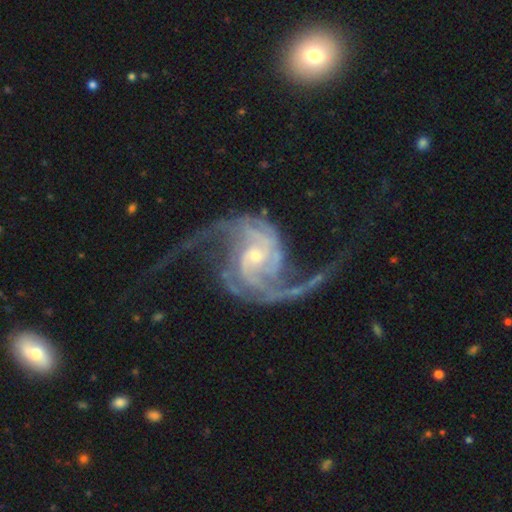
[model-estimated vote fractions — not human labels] Smooth or featured: featured or disk — 93% (star or artifact — 5%)
Edge-on disk: no — 98% (yes — 2%)
Bar: no — 51% (weak — 35%)
Spiral arms: yes — 98% (no — 2%)
Spiral winding: loose — 49% (medium — 39%)
Spiral arm count: 2 — 78% (3 — 7%)
Bulge size: small — 65% (moderate — 30%)
Merging: none — 58% (major disturbance — 24%)